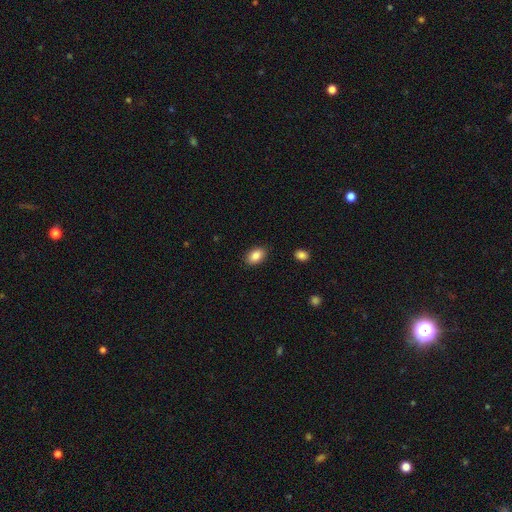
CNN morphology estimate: smooth 86%, star or artifact 8%, featured or disk 6%. Down the decision tree: how rounded — in between (86%); merging — none (88%).